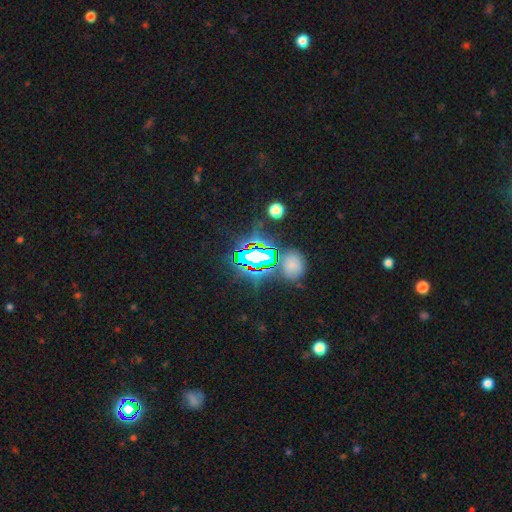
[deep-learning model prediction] Q: Smooth or featured?
A: star or artifact (71%); runner-up: smooth (17%)